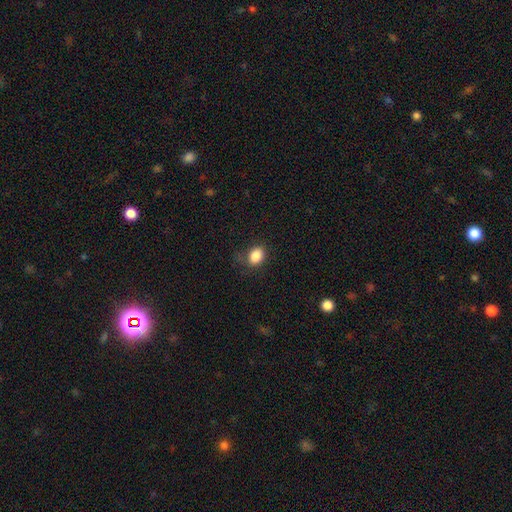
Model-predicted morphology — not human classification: Smooth or featured: smooth — 86% (star or artifact — 10%)
How rounded: in between — 65% (round — 34%)
Merging: none — 73% (minor disturbance — 19%)